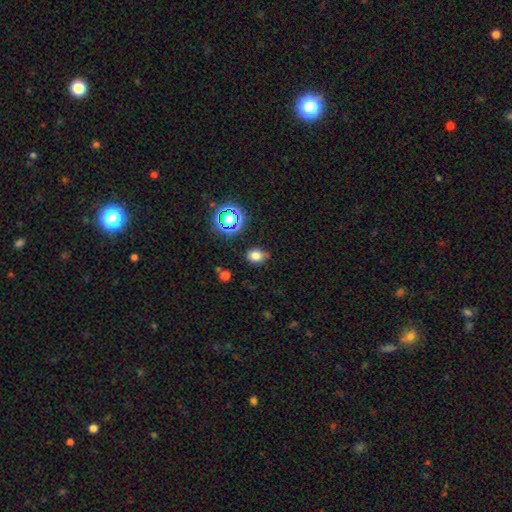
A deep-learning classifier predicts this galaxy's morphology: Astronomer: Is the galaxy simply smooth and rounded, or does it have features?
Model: smooth — 75%.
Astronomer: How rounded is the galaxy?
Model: in between — 56% (runner-up: round, 43%).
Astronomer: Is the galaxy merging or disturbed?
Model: none — 74%.